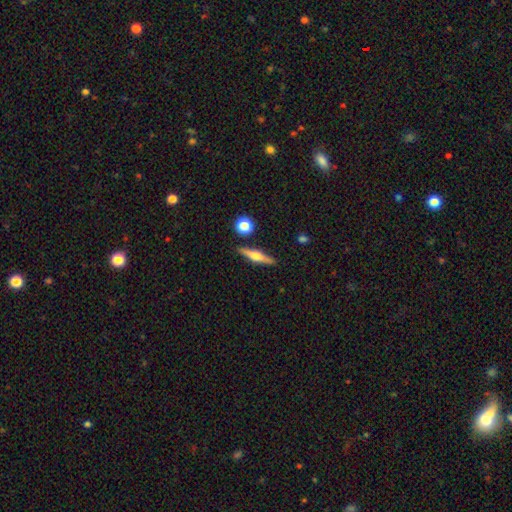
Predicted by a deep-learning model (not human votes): featured or disk 61%, smooth 32%, star or artifact 7%. Down the decision tree: edge-on disk — yes (96%); edge-on bulge — rounded (92%); merging — none (87%).